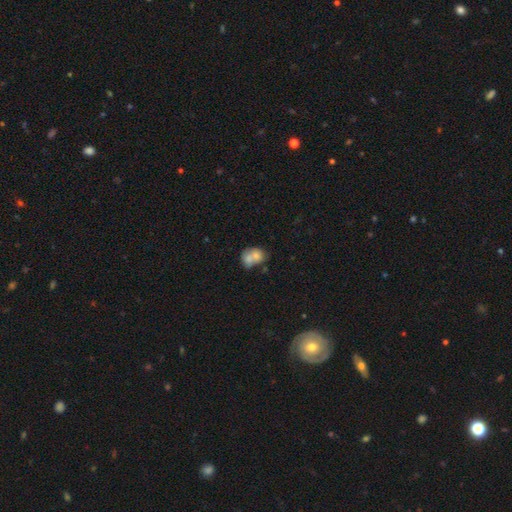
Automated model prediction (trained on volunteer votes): Q: Smooth or featured?
A: smooth (71%); runner-up: featured or disk (20%)
Q: How rounded?
A: in between (56%); runner-up: round (43%)
Q: Merging?
A: merger (62%); runner-up: none (23%)